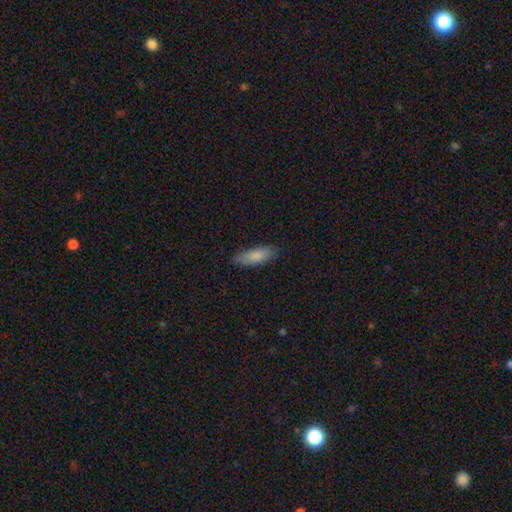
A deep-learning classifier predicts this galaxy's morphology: smooth-or-featured: smooth: 84% | featured or disk: 10% | star or artifact: 6%
  how-rounded: in between: 60% | cigar-shaped: 39% | round: 2%
  merging: none: 83% | minor disturbance: 14% | major disturbance: 3% | merger: 1%